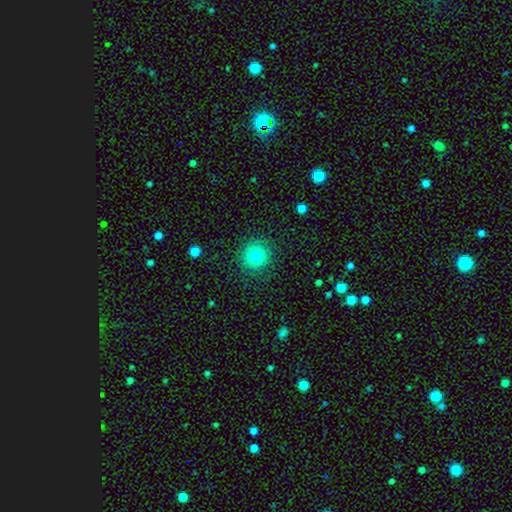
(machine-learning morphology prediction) Smooth or featured? Predicted: smooth (p=0.81). How rounded? Predicted: round (p=0.93). Merging? Predicted: none (p=0.89).